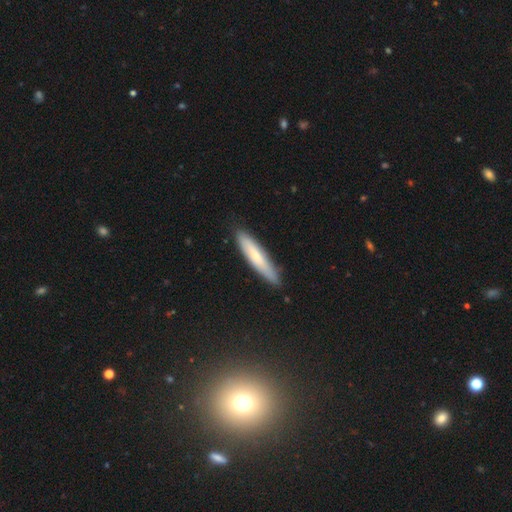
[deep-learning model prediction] Smooth or featured? smooth (65%)
How rounded? cigar-shaped (87%)
Merging? none (85%)